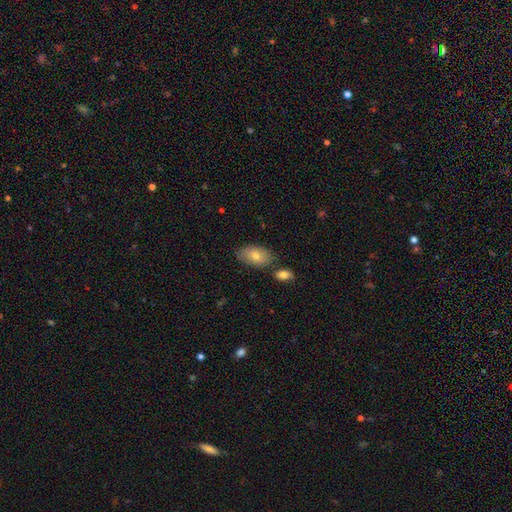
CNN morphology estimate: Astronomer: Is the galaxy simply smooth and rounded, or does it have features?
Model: smooth — 74%.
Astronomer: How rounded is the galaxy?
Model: in between — 92%.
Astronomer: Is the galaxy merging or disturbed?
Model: none — 74%.